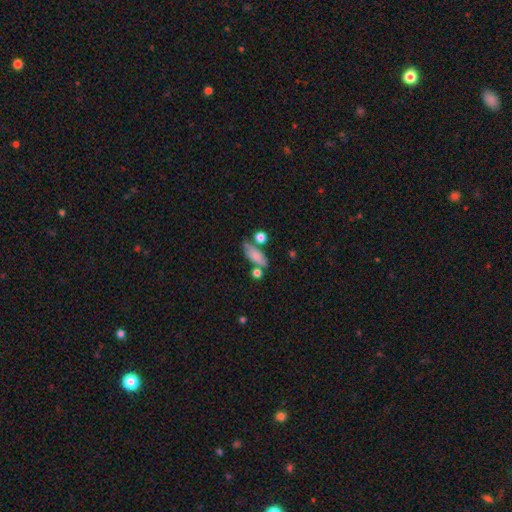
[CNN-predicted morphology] Smooth or featured: smooth — 78% (featured or disk — 14%)
How rounded: in between — 70% (cigar-shaped — 25%)
Merging: none — 57% (minor disturbance — 18%)